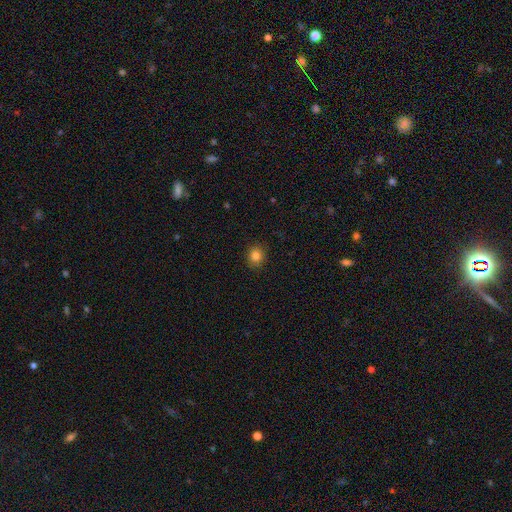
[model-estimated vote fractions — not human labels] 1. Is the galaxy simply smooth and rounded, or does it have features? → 83% smooth, 12% star or artifact, 5% featured or disk.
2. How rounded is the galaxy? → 83% round, 16% in between, 1% cigar-shaped.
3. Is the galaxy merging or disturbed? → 91% none, 6% minor disturbance, 2% major disturbance, 1% merger.